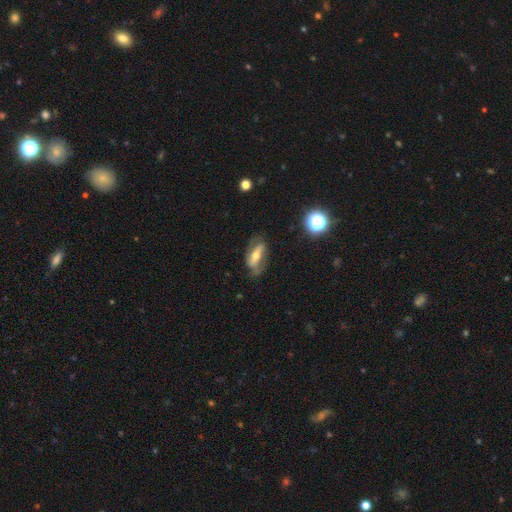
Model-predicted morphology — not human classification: The model was most divided on "smooth or featured": featured or disk: 62%, smooth: 30%, star or artifact: 8%. More confident: edge-on disk — no (80%); merging — none (65%).